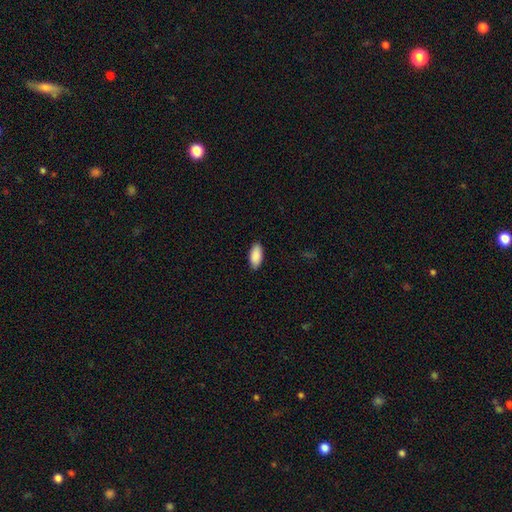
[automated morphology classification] type=smooth (91%); roundness=in between (91%); merging=none (89%).